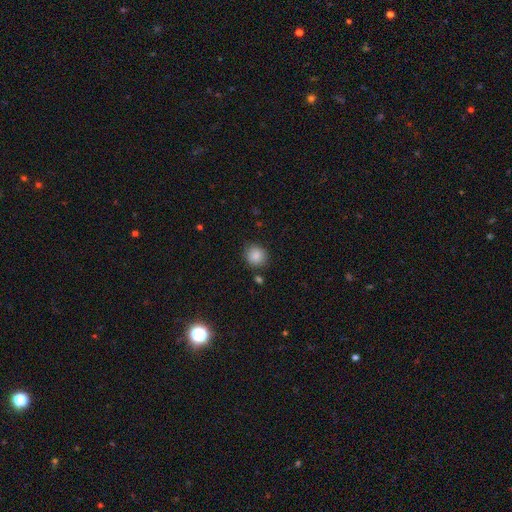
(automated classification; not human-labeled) A smooth galaxy with no disk features (86%) that is round (86%).

Vote fractions:
- Smooth or featured? smooth: 86% / star or artifact: 9% / featured or disk: 4%
- How rounded? round: 86% / in between: 13% / cigar-shaped: 1%
- Merging? none: 85% / minor disturbance: 9% / merger: 3% / major disturbance: 3%